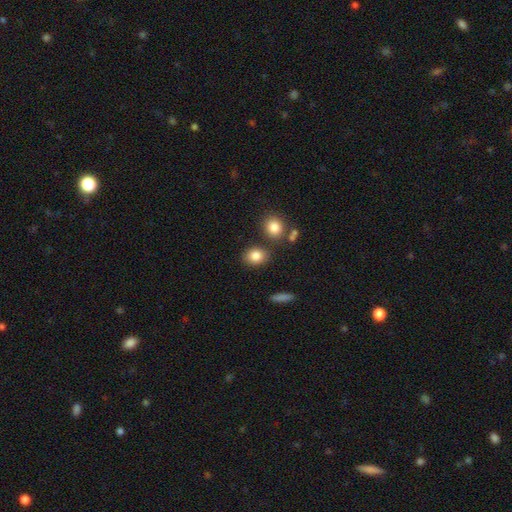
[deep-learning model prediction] Q: Smooth or featured?
A: smooth (84%); runner-up: star or artifact (9%)
Q: How rounded?
A: in between (53%); runner-up: round (46%)
Q: Merging?
A: none (76%); runner-up: minor disturbance (11%)